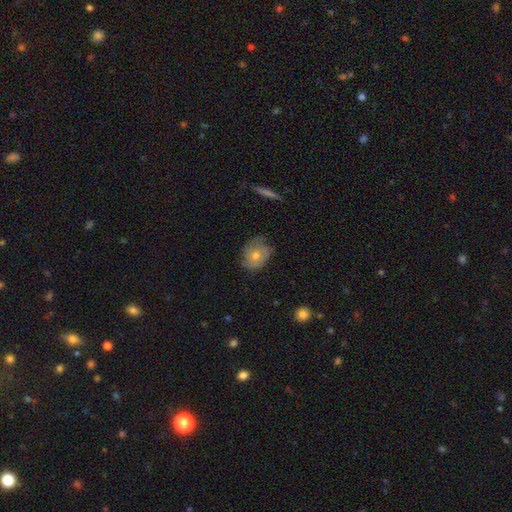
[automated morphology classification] type=smooth (48%); merging=none (66%).